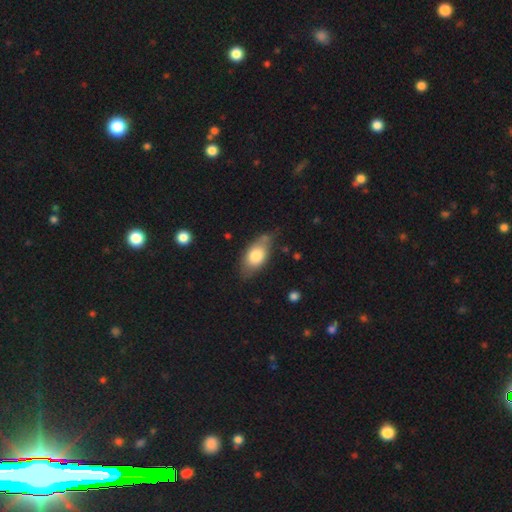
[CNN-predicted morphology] Smooth or featured?
  - smooth: 74% *
  - featured or disk: 20%
  - star or artifact: 7%
How rounded?
  - in between: 88% *
  - round: 6%
  - cigar-shaped: 5%
Merging?
  - none: 62% *
  - minor disturbance: 27%
  - major disturbance: 7%
  - merger: 4%